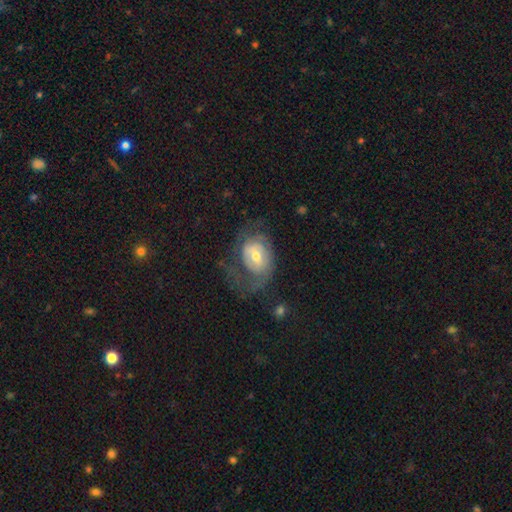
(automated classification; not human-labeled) Smooth or featured: featured or disk — 65% (smooth — 28%)
Edge-on disk: no — 96% (yes — 4%)
Bar: no — 47% (weak — 42%)
Spiral arms: yes — 75% (no — 25%)
Bulge size: moderate — 61% (small — 31%)
Merging: none — 40% (major disturbance — 36%)